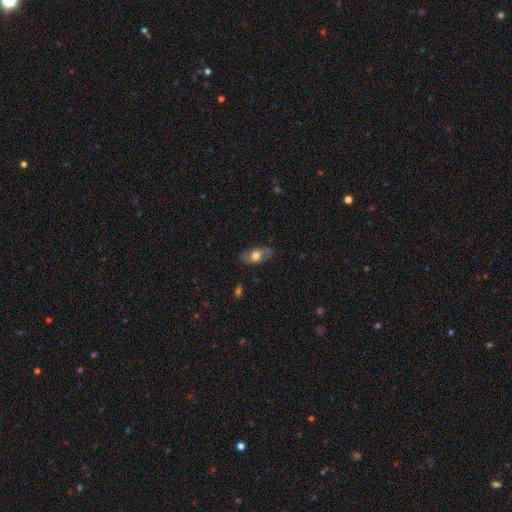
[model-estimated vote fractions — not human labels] This is possibly a smooth galaxy (60%). How rounded: clearly in between (88%). Merging: likely none (77%).